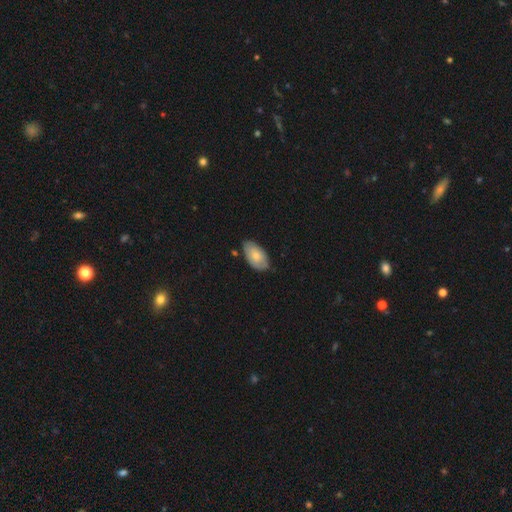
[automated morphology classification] A smooth galaxy with no disk features (68%) that is in between round and cigar-shaped (94%).

Vote fractions:
- Smooth or featured? smooth: 68% / featured or disk: 26% / star or artifact: 6%
- How rounded? in between: 94% / round: 4% / cigar-shaped: 2%
- Merging? none: 72% / minor disturbance: 22% / major disturbance: 3% / merger: 2%